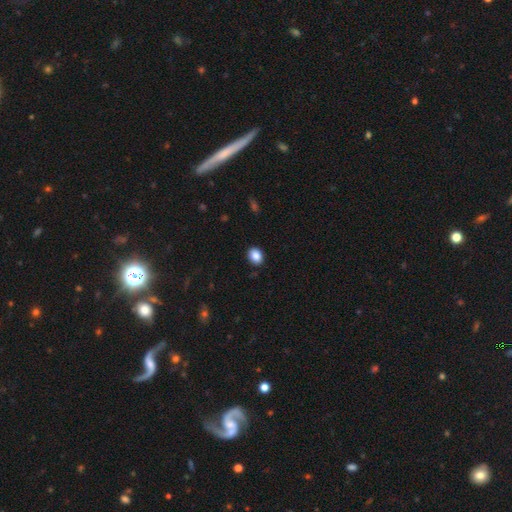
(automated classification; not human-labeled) This appears to be a smooth galaxy with no disk features (88%) that is in between round and cigar-shaped (51%). Merging: none (89%).